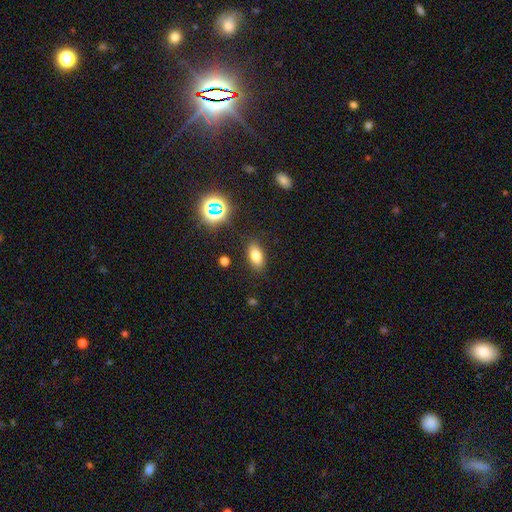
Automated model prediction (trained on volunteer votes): Morphology: type=smooth (75%); roundness=in between (85%); merging=none (86%).